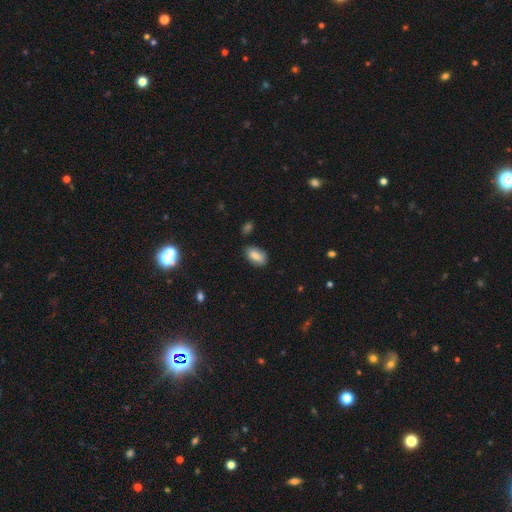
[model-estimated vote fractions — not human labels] Overall: smooth (85%). How rounded: in between (92%). Merging: none (77%).